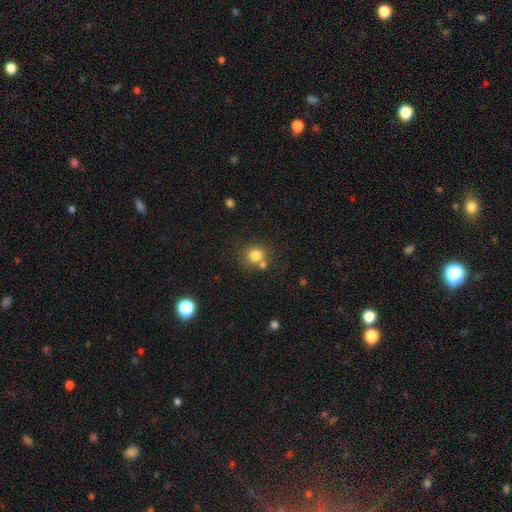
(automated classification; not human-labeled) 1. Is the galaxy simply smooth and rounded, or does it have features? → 80% smooth, 12% star or artifact, 8% featured or disk.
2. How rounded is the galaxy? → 86% round, 13% in between, 1% cigar-shaped.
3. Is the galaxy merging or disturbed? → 64% none, 22% merger, 10% minor disturbance, 4% major disturbance.